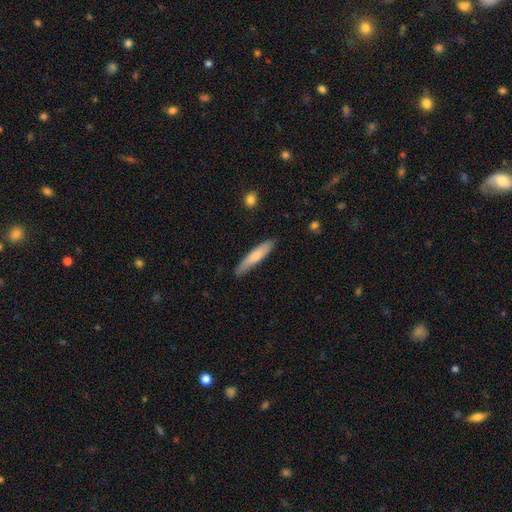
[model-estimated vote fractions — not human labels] smooth_or_featured: smooth (p=0.71) [alt: featured or disk p=0.24]
how_rounded: cigar-shaped (p=0.87) [alt: in between p=0.12]
merging: none (p=0.84) [alt: minor disturbance p=0.13]